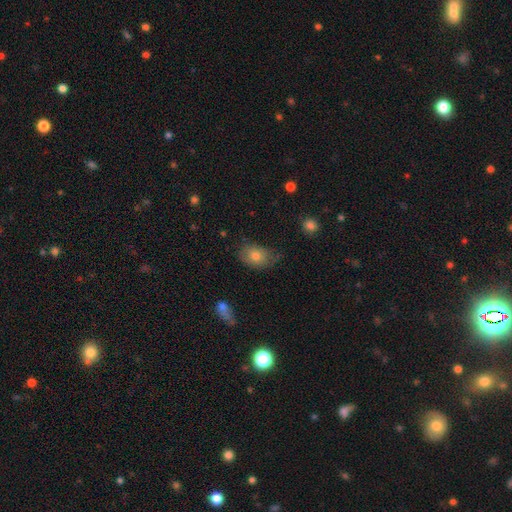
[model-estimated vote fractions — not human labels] The model was most divided on "merging": none: 56%, minor disturbance: 32%, major disturbance: 9%, merger: 3%. More confident: how rounded — in between (78%); smooth or featured — smooth (75%).